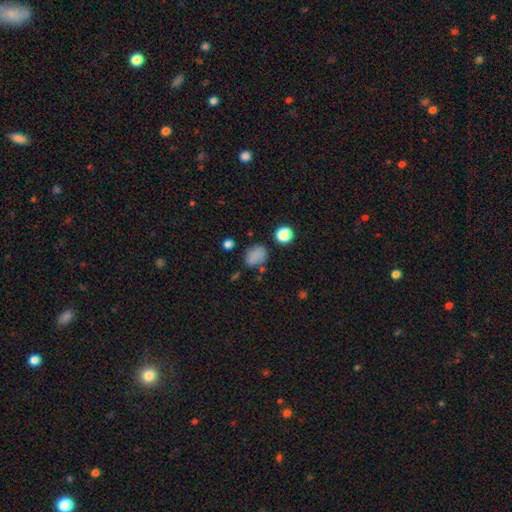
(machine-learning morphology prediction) A smooth galaxy with no disk features (79%) that is in between round and cigar-shaped (60%). Merging: none (68%).